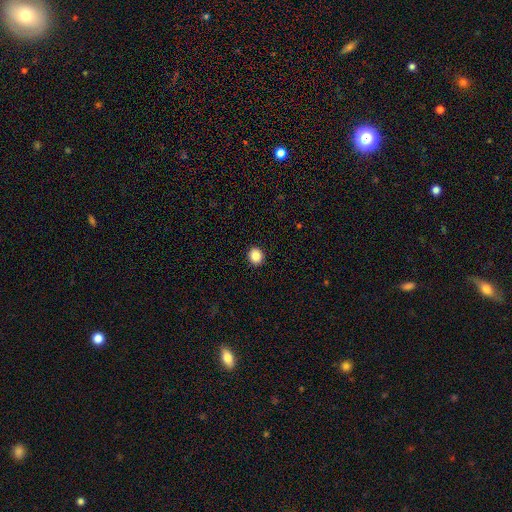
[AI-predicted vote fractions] This is clearly a smooth galaxy (88%). How rounded: likely round (73%). Merging: clearly none (92%).